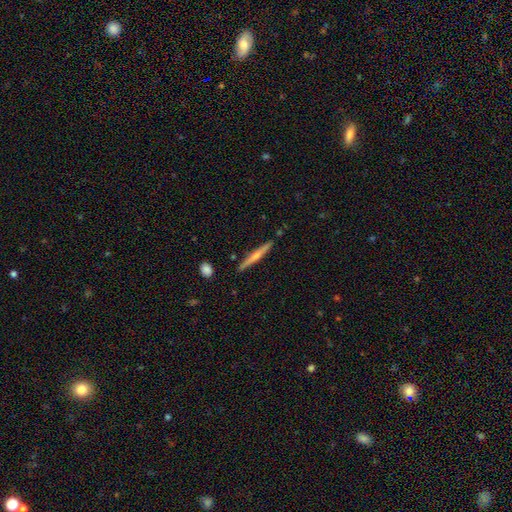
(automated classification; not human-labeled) The model was most divided on "smooth or featured": featured or disk: 55%, smooth: 40%, star or artifact: 6%. More confident: edge-on disk — yes (97%); merging — none (89%); edge-on bulge — rounded (67%).